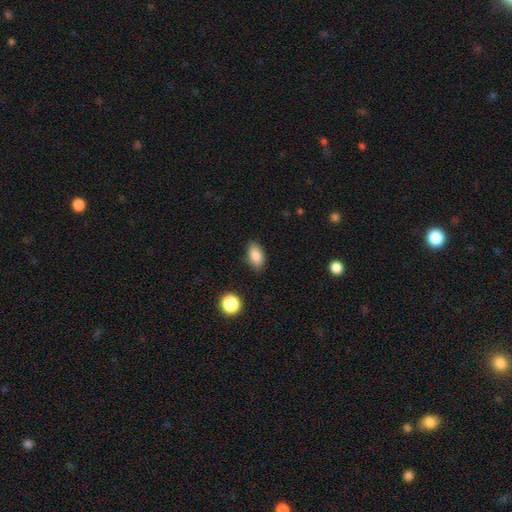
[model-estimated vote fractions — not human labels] Smooth or featured? smooth (84%)
How rounded? in between (90%)
Merging? none (83%)